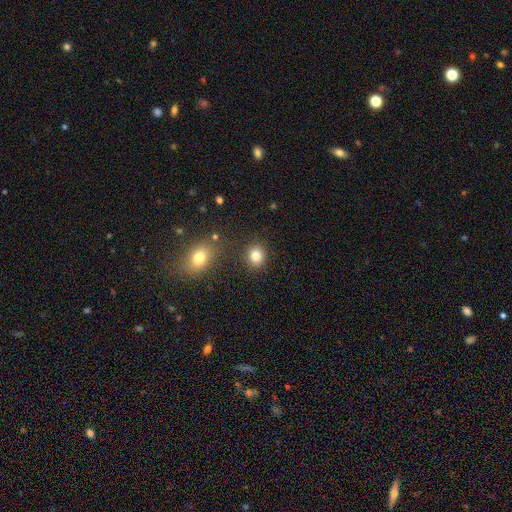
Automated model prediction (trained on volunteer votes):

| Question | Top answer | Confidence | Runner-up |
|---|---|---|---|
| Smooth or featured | smooth | 83% | star or artifact (11%) |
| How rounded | round | 74% | in between (25%) |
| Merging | none | 85% | minor disturbance (8%) |